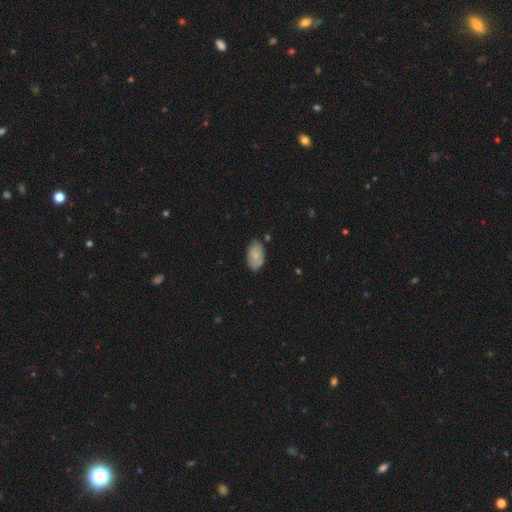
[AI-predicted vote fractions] Q: Smooth or featured?
A: smooth (69%); runner-up: featured or disk (24%)
Q: How rounded?
A: in between (92%); runner-up: round (6%)
Q: Merging?
A: none (70%); runner-up: minor disturbance (24%)